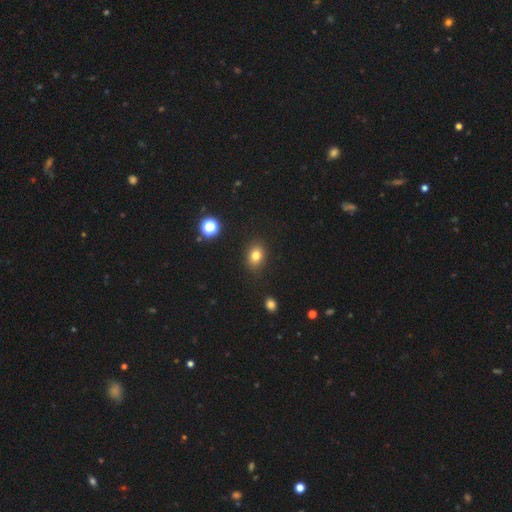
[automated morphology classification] A smooth galaxy with no disk features (78%) that is in between round and cigar-shaped (58%). Merging: none (84%).